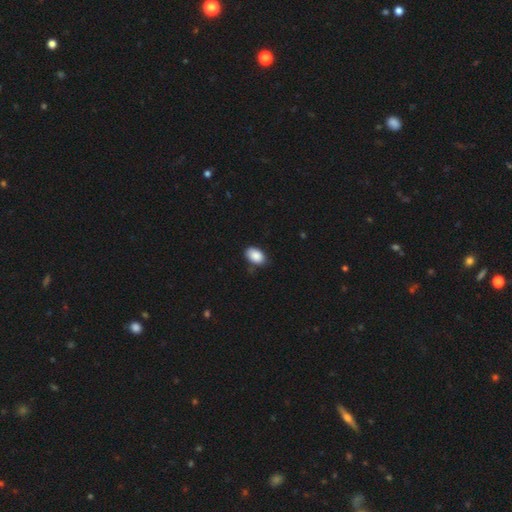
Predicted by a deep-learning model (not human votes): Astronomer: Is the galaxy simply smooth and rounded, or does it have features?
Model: smooth — 89%.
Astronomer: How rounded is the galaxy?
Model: in between — 91%.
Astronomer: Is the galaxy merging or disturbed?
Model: none — 79%.